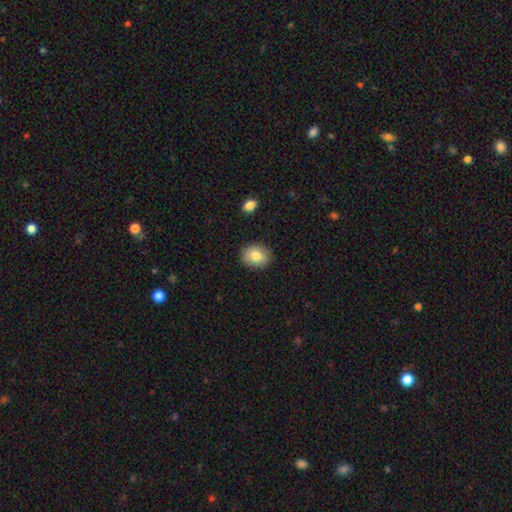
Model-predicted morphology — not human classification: smooth_or_featured: smooth (p=0.83) [alt: featured or disk p=0.09]
how_rounded: round (p=0.54) [alt: in between p=0.45]
merging: none (p=0.89) [alt: minor disturbance p=0.08]